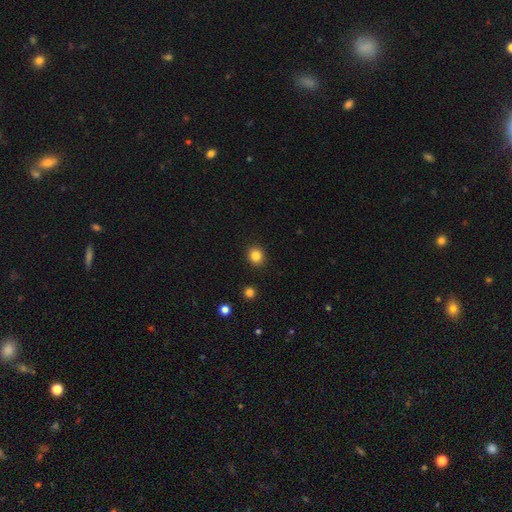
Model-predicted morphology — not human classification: smooth 84%, star or artifact 12%, featured or disk 5%. Down the decision tree: how rounded — round (82%); merging — none (92%).